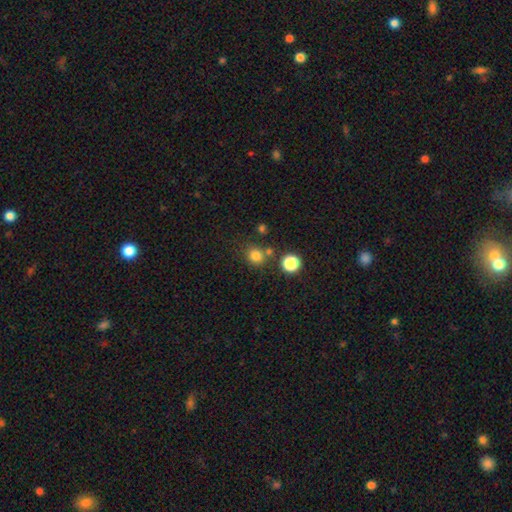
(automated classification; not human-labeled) A smooth galaxy with no disk features (79%) that is round (82%). Merging: none (73%).